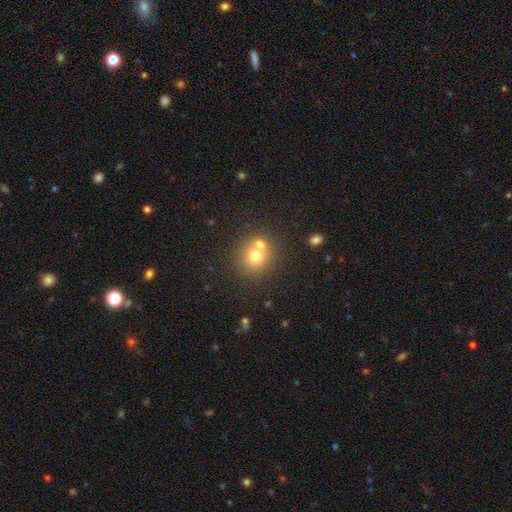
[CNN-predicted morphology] Smooth or featured: smooth — 71% (featured or disk — 16%)
How rounded: round — 87% (in between — 12%)
Merging: none — 54% (merger — 35%)